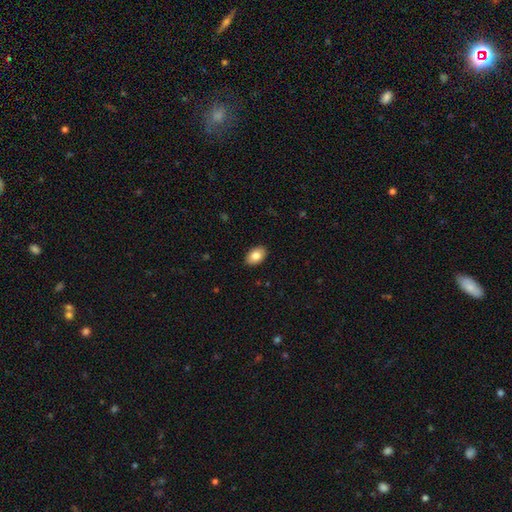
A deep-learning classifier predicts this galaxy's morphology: Q: Smooth or featured?
A: smooth (83%); runner-up: featured or disk (10%)
Q: How rounded?
A: in between (89%); runner-up: round (9%)
Q: Merging?
A: none (90%); runner-up: minor disturbance (8%)